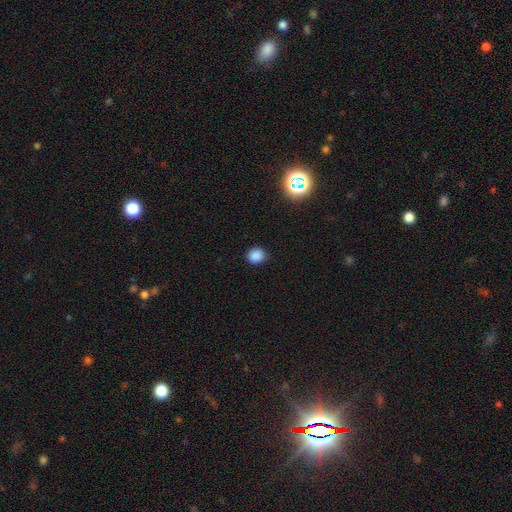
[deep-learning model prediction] smooth 86%, star or artifact 11%, featured or disk 3%. Down the decision tree: how rounded — round (73%); merging — none (85%).